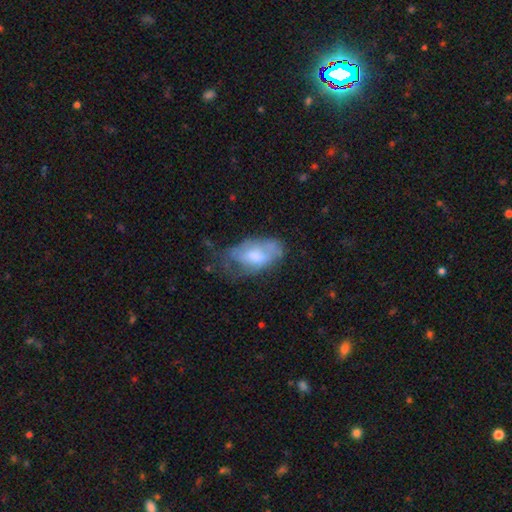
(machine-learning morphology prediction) Smooth or featured?
  - smooth: 54% *
  - featured or disk: 39%
  - star or artifact: 7%
How rounded?
  - in between: 92% *
  - round: 4%
  - cigar-shaped: 4%
Merging?
  - none: 36% *
  - minor disturbance: 35%
  - major disturbance: 26%
  - merger: 3%